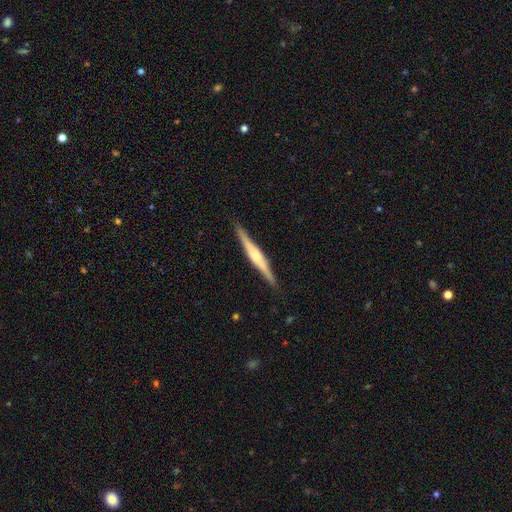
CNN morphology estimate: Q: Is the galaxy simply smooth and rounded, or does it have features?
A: featured or disk — 73%.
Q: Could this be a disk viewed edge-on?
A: yes — 98%.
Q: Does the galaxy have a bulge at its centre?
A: rounded — 78%.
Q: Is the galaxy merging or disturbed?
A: none — 90%.